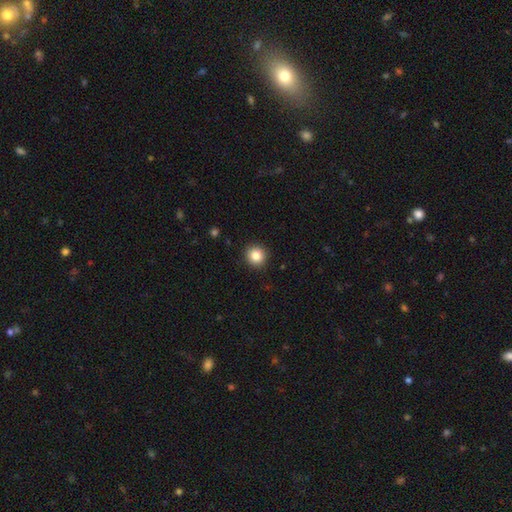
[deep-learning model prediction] This appears to be a smooth galaxy with no disk features (84%) that is round (93%). Merging: none (92%).